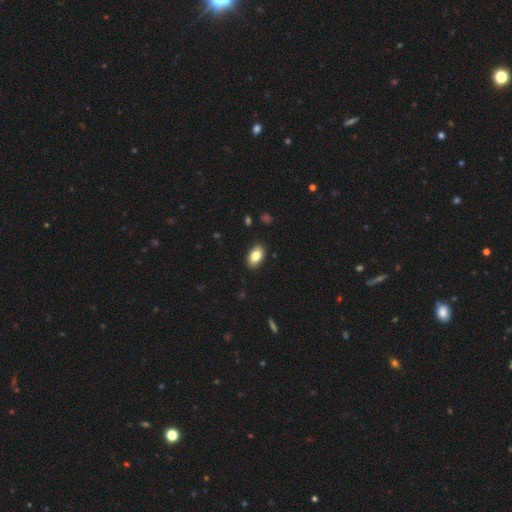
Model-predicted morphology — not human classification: This is clearly a smooth galaxy (83%). How rounded: clearly in between (92%). Merging: clearly none (89%).